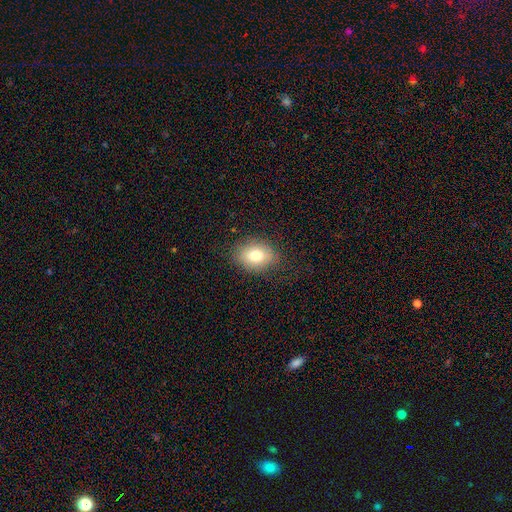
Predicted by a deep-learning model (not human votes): The model was most divided on "how rounded": in between: 70%, round: 29%, cigar-shaped: 1%. More confident: merging — none (81%); smooth or featured — smooth (79%).